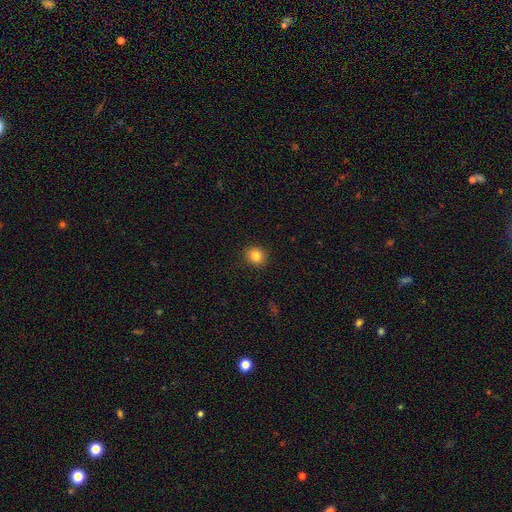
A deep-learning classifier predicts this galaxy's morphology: type=smooth (84%); roundness=round (83%); merging=none (90%).